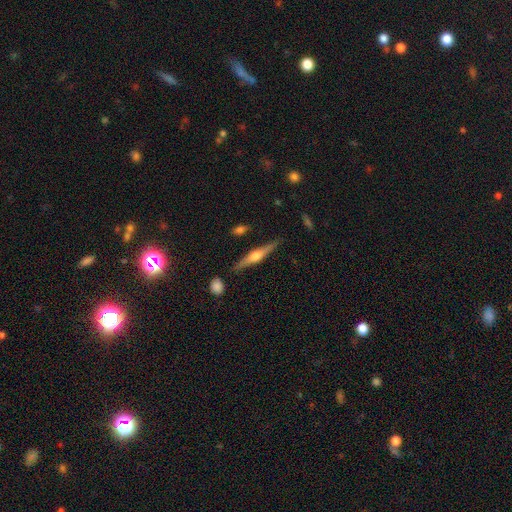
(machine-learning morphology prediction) This is likely a featured or disk galaxy (73%). It is clearly viewed edge-on (98%). Edge-on bulge: clearly rounded (93%). Merging: clearly none (87%).